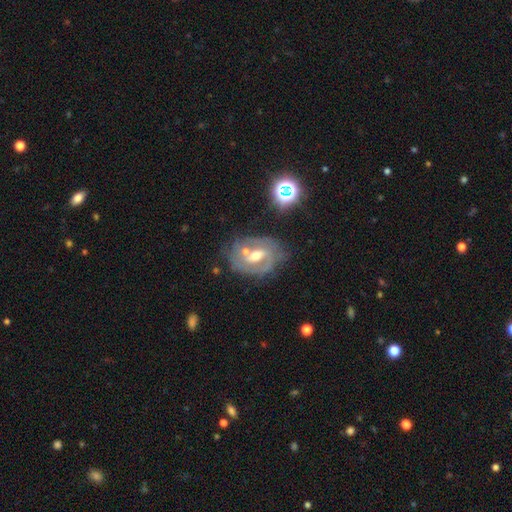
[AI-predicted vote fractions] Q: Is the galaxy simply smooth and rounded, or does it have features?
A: featured or disk — 75%.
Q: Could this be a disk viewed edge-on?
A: no — 96%.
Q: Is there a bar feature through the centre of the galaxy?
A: weak — 49%.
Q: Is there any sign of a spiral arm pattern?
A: yes — 78%.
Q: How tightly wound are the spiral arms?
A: tight — 49%.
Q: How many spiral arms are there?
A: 2 — 53%.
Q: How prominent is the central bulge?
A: moderate — 70%.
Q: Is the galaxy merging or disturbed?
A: none — 56%.